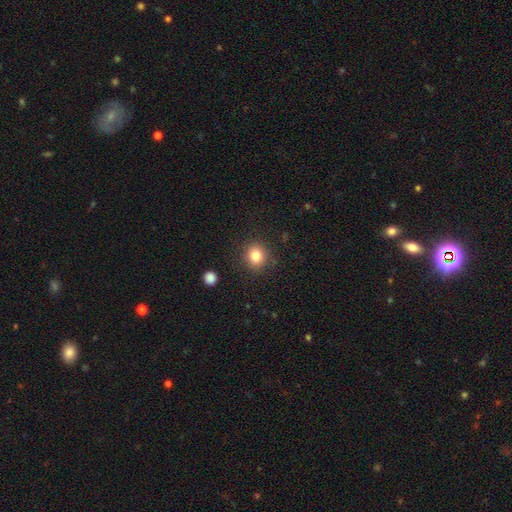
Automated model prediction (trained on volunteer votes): smooth-or-featured: smooth: 82% | star or artifact: 11% | featured or disk: 6%
  how-rounded: round: 85% | in between: 14% | cigar-shaped: 1%
  merging: none: 88% | minor disturbance: 8% | major disturbance: 3% | merger: 2%